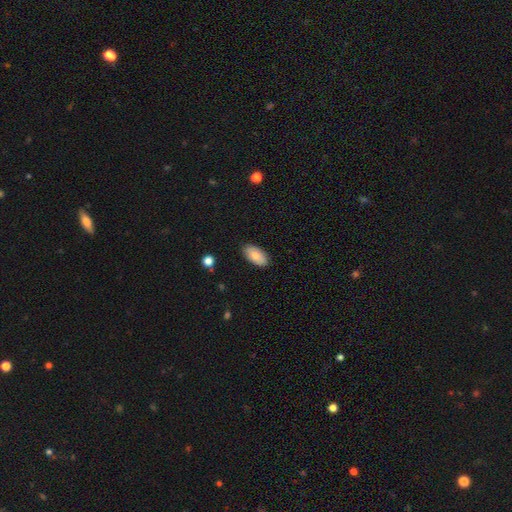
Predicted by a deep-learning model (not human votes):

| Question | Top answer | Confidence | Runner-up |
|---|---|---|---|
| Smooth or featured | smooth | 83% | featured or disk (10%) |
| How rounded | in between | 94% | cigar-shaped (4%) |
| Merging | none | 87% | minor disturbance (10%) |